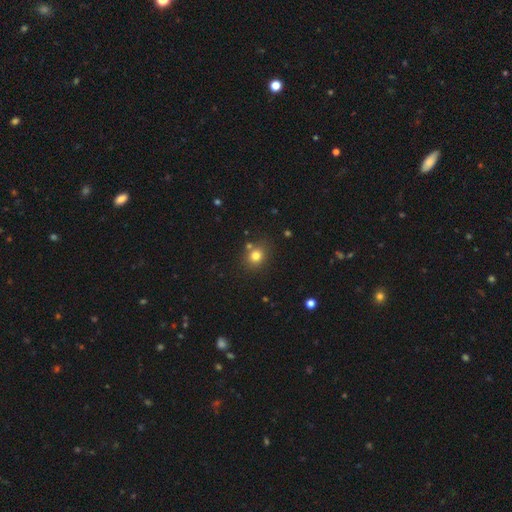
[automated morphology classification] A smooth galaxy with no disk features (78%) that is round (75%).

Vote fractions:
- Smooth or featured? smooth: 78% / star or artifact: 14% / featured or disk: 8%
- How rounded? round: 75% / in between: 24% / cigar-shaped: 1%
- Merging? none: 76% / minor disturbance: 11% / merger: 10% / major disturbance: 3%